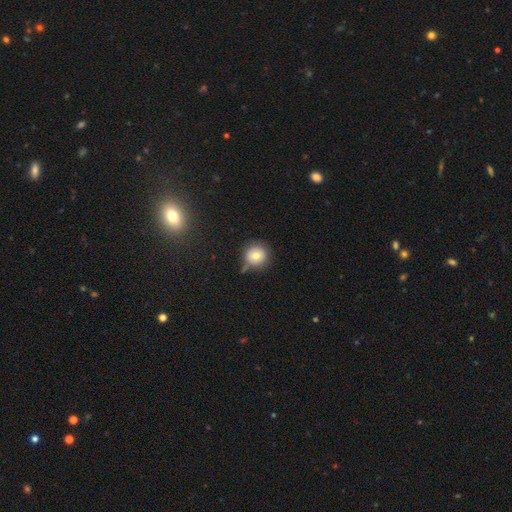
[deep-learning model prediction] Smooth or featured?
  - smooth: 75% *
  - featured or disk: 13%
  - star or artifact: 12%
How rounded?
  - round: 93% *
  - in between: 6%
  - cigar-shaped: 1%
Merging?
  - none: 67% *
  - minor disturbance: 20%
  - merger: 8%
  - major disturbance: 6%